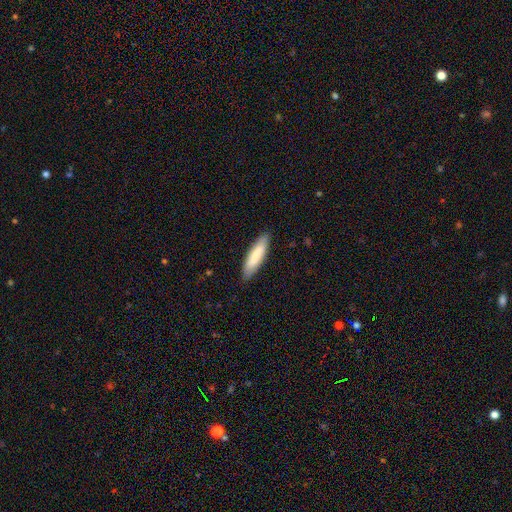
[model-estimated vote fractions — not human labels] Morphology: type=smooth (80%); roundness=cigar-shaped (70%); merging=none (87%).